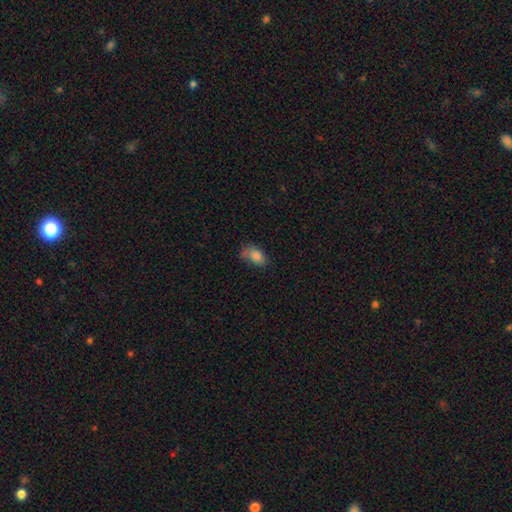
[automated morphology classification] This is clearly a smooth galaxy (83%). How rounded: clearly in between (88%). Merging: possibly none (53%).